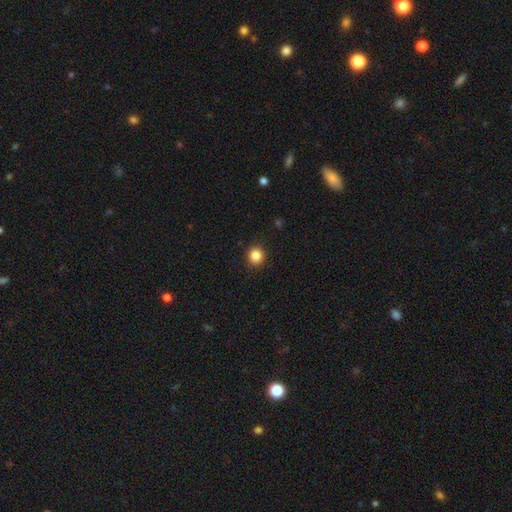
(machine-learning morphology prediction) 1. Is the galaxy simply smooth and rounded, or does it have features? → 86% smooth, 11% star or artifact, 4% featured or disk.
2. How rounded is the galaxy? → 90% round, 9% in between, 1% cigar-shaped.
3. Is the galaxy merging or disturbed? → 91% none, 6% minor disturbance, 2% major disturbance, 1% merger.